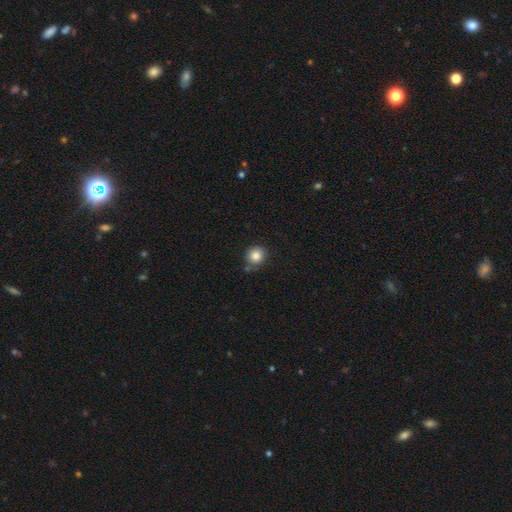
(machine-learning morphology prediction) Q: Smooth or featured?
A: smooth (84%); runner-up: star or artifact (10%)
Q: How rounded?
A: round (88%); runner-up: in between (11%)
Q: Merging?
A: none (76%); runner-up: minor disturbance (14%)